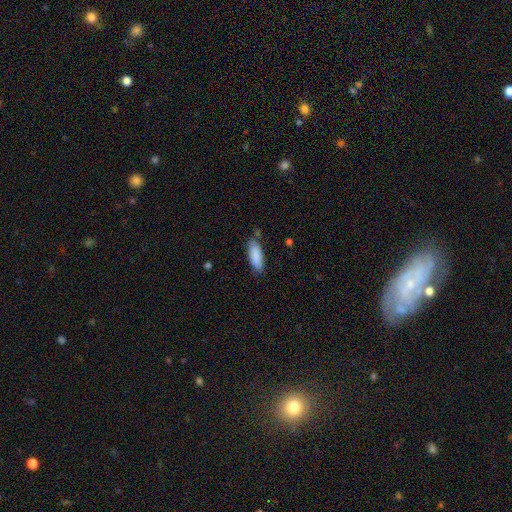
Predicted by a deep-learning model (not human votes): A smooth galaxy with no disk features (89%) that is in between round and cigar-shaped (66%).

Vote fractions:
- Smooth or featured? smooth: 89% / star or artifact: 6% / featured or disk: 5%
- How rounded? in between: 66% / cigar-shaped: 32% / round: 2%
- Merging? none: 78% / minor disturbance: 16% / merger: 3% / major disturbance: 3%